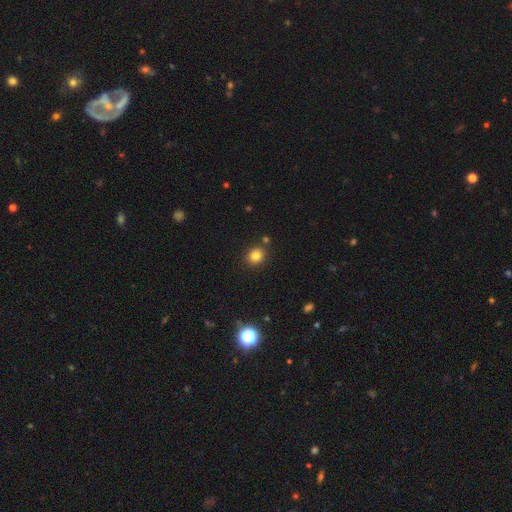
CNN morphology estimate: The model was most divided on "how rounded": round: 75%, in between: 24%, cigar-shaped: 1%. More confident: merging — none (83%); smooth or featured — smooth (82%).